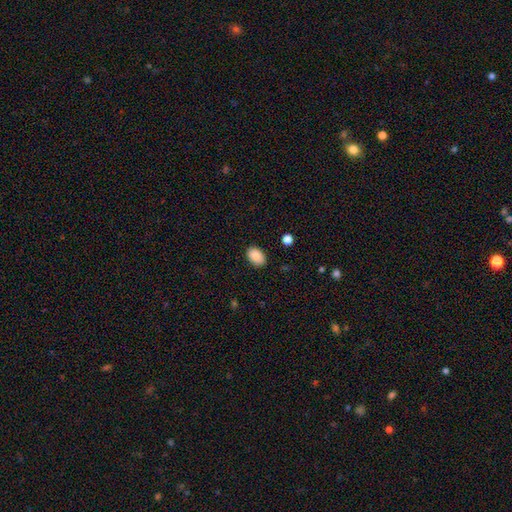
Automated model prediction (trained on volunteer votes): A smooth galaxy with no disk features (90%) that is in between round and cigar-shaped (87%).

Vote fractions:
- Smooth or featured? smooth: 90% / star or artifact: 7% / featured or disk: 3%
- How rounded? in between: 87% / round: 12% / cigar-shaped: 1%
- Merging? none: 87% / minor disturbance: 9% / major disturbance: 2% / merger: 1%